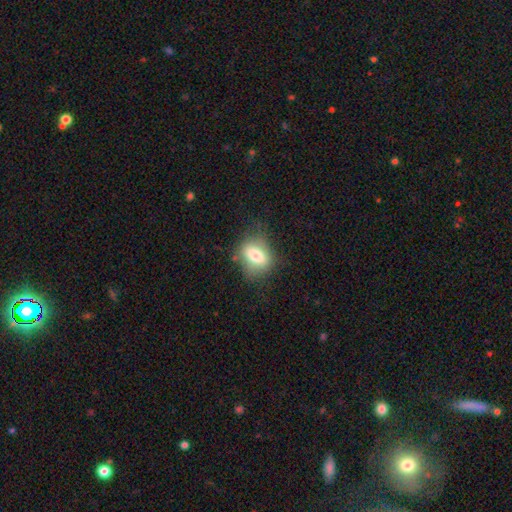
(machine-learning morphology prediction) Smooth or featured? smooth (70%)
How rounded? in between (69%)
Merging? none (69%)